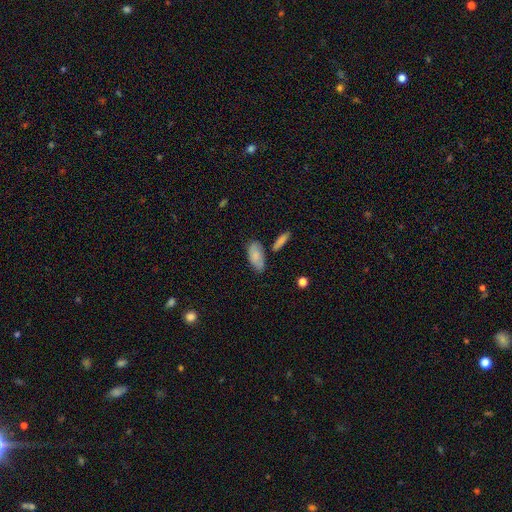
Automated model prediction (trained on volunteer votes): smooth 75%, featured or disk 18%, star or artifact 6%. Down the decision tree: how rounded — in between (90%); merging — none (68%).